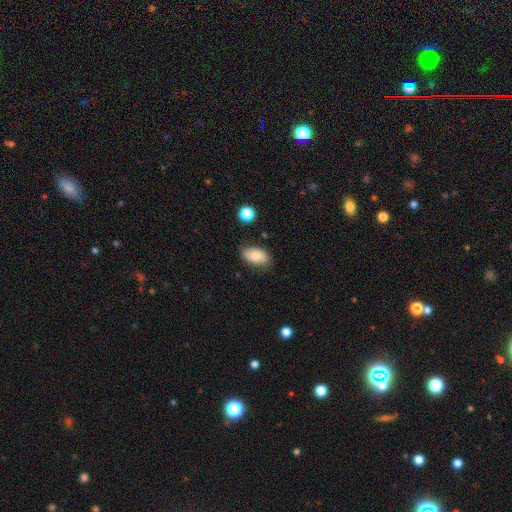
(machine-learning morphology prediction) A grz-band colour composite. It shows a smooth galaxy with no disk features (76%) that is in between round and cigar-shaped (92%). Merging: none (76%).